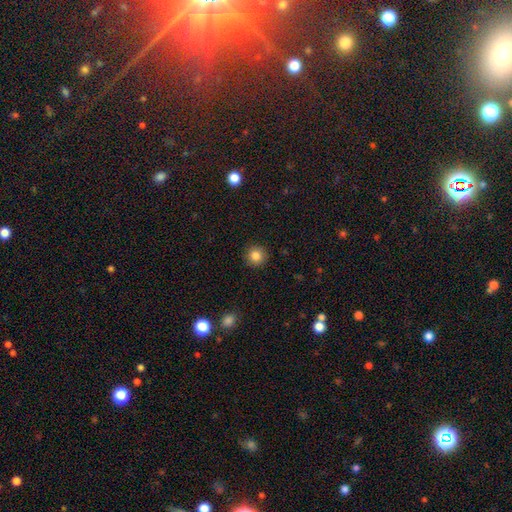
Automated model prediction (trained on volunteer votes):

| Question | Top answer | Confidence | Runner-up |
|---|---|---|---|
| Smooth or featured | smooth | 83% | star or artifact (11%) |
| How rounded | round | 94% | in between (5%) |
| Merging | none | 92% | minor disturbance (5%) |